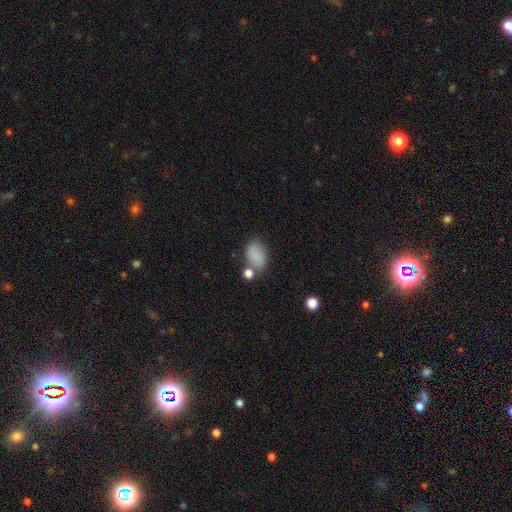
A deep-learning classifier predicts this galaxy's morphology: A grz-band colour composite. It shows a smooth galaxy with no disk features (83%) that is in between round and cigar-shaped (85%). Merging: none (57%).